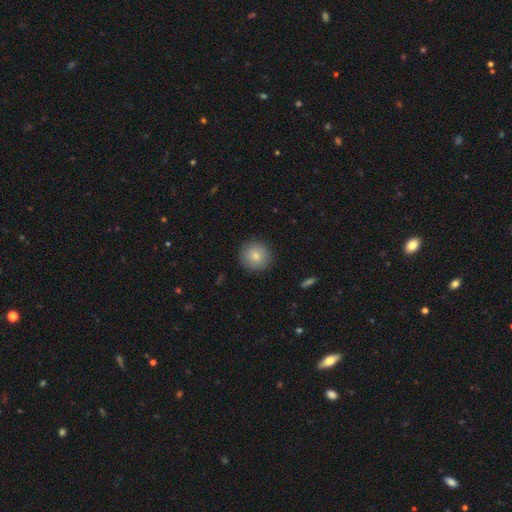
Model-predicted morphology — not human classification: This is clearly a smooth galaxy (83%). How rounded: clearly round (93%). Merging: clearly none (90%).